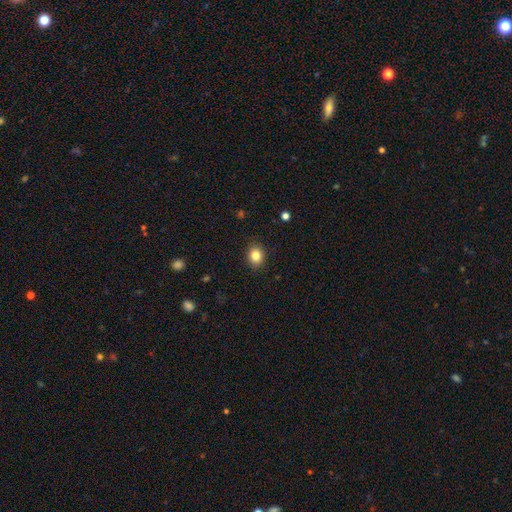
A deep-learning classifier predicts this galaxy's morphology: smooth-or-featured: smooth: 84% | star or artifact: 10% | featured or disk: 6%
  how-rounded: round: 58% | in between: 41% | cigar-shaped: 1%
  merging: none: 88% | minor disturbance: 8% | major disturbance: 2% | merger: 1%